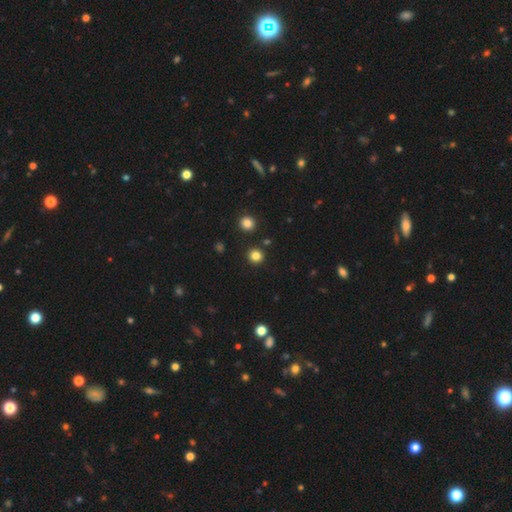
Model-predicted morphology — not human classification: This is clearly a smooth galaxy (82%). How rounded: clearly round (92%). Merging: clearly none (90%).